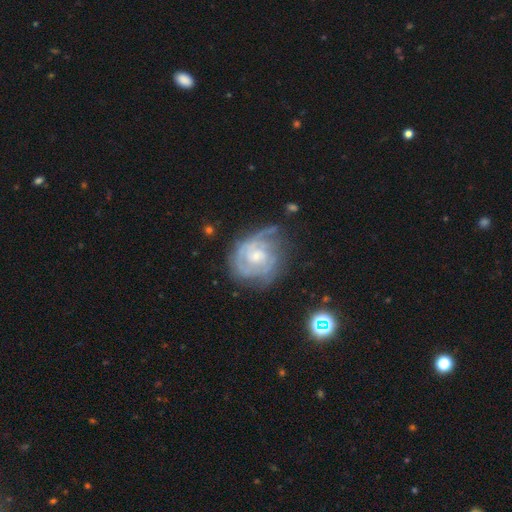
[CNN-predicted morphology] Smooth or featured: featured or disk — 81% (smooth — 13%)
Edge-on disk: no — 98% (yes — 2%)
Bar: no — 66% (weak — 29%)
Spiral arms: yes — 90% (no — 10%)
Spiral winding: tight — 60% (medium — 30%)
Spiral arm count: can't tell — 38% (2 — 27%)
Bulge size: small — 60% (moderate — 35%)
Merging: none — 53% (minor disturbance — 27%)